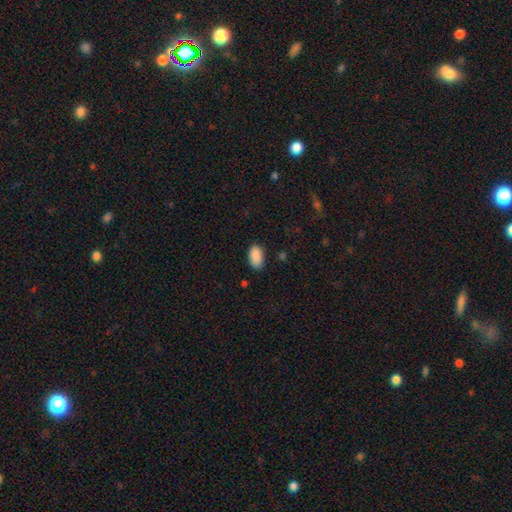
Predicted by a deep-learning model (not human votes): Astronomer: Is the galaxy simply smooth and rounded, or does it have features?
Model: smooth — 89%.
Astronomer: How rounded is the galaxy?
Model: in between — 94%.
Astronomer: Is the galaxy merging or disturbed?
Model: none — 83%.